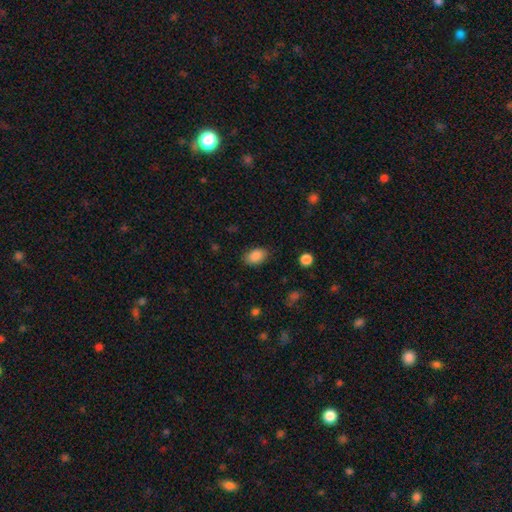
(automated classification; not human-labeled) Q: Smooth or featured?
A: smooth (87%); runner-up: star or artifact (8%)
Q: How rounded?
A: in between (88%); runner-up: round (10%)
Q: Merging?
A: none (84%); runner-up: minor disturbance (12%)